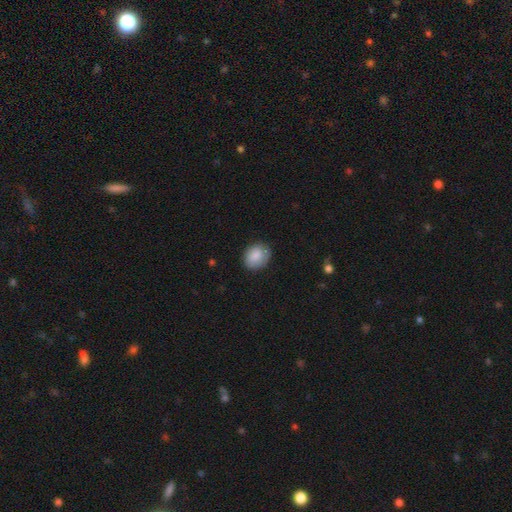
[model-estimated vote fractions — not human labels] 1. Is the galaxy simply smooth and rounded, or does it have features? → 84% smooth, 9% featured or disk, 7% star or artifact.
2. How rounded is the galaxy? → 50% in between, 49% round, 1% cigar-shaped.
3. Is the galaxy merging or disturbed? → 80% none, 16% minor disturbance, 3% major disturbance, 1% merger.